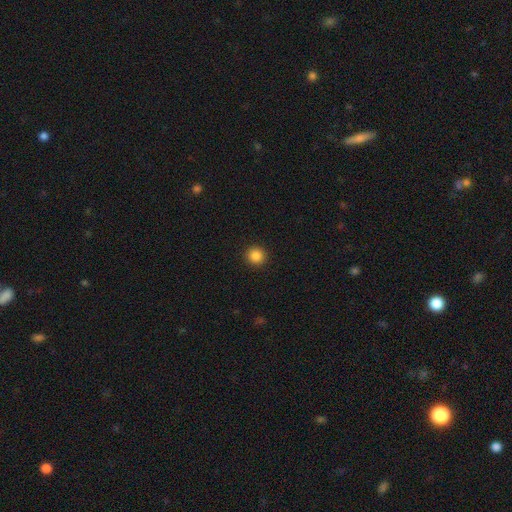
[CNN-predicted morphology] smooth 86%, star or artifact 11%, featured or disk 3%. Down the decision tree: how rounded — round (93%); merging — none (93%).